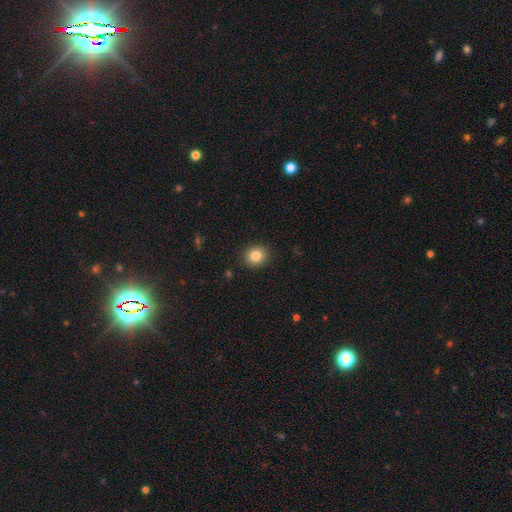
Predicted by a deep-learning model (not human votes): Smooth or featured? Predicted: smooth (p=0.84). How rounded? Predicted: round (p=0.81). Merging? Predicted: none (p=0.91).